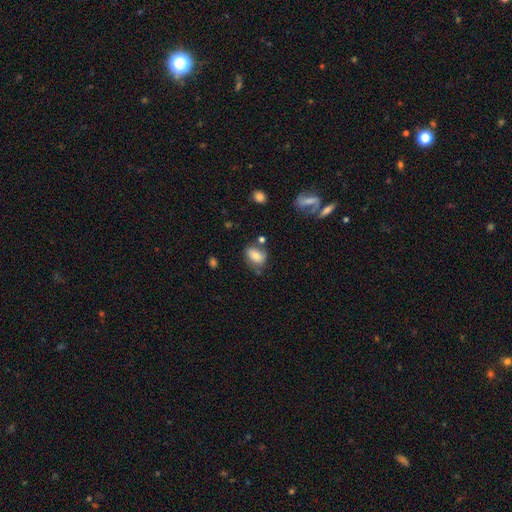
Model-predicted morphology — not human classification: smooth 73%, featured or disk 18%, star or artifact 9%. Down the decision tree: how rounded — in between (73%); merging — none (62%).